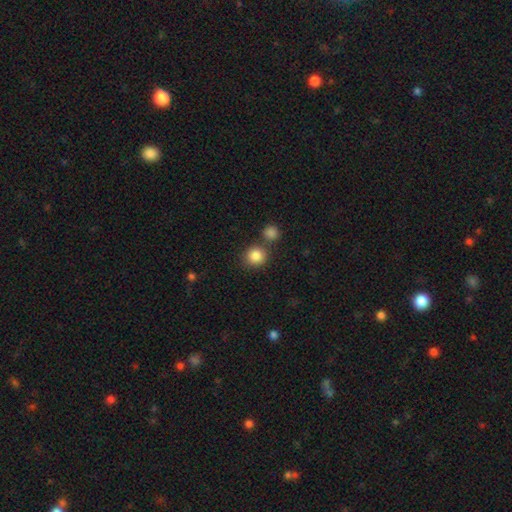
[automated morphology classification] Smooth or featured?
  - smooth: 86% *
  - star or artifact: 10%
  - featured or disk: 5%
How rounded?
  - round: 89% *
  - in between: 10%
  - cigar-shaped: 1%
Merging?
  - none: 71% *
  - merger: 18%
  - minor disturbance: 8%
  - major disturbance: 3%